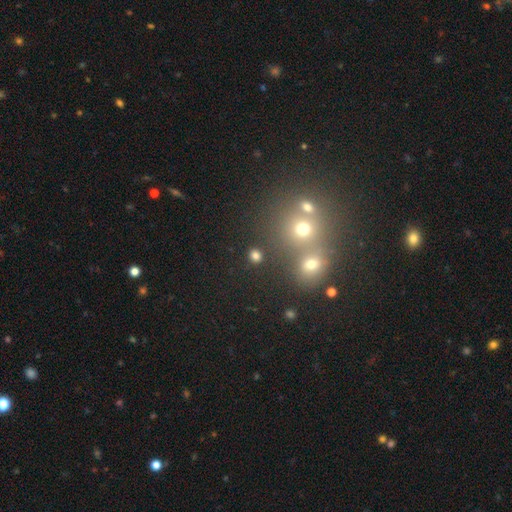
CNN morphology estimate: The model was most divided on "smooth or featured": smooth: 77%, star or artifact: 17%, featured or disk: 6%. More confident: merging — none (82%); how rounded — round (81%).